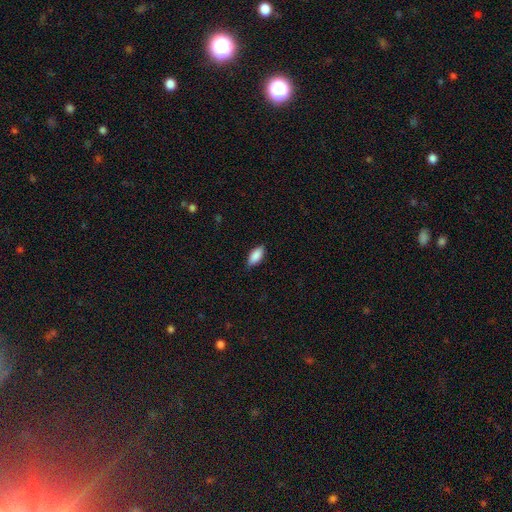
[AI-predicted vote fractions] This is clearly a smooth galaxy (87%). How rounded: clearly in between (86%). Merging: clearly none (83%).